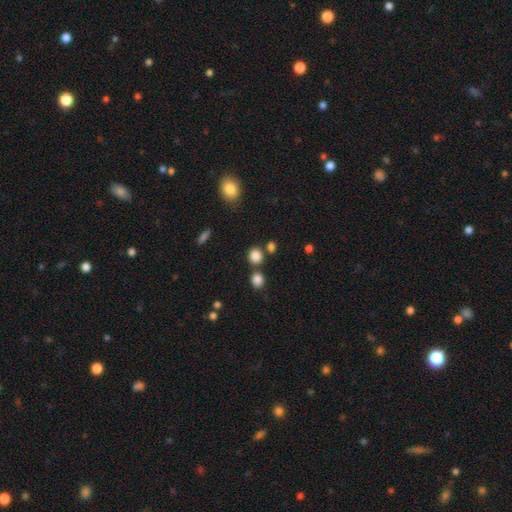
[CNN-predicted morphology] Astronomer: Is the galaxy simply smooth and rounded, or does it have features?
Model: smooth — 84%.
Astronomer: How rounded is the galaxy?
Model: round — 74%.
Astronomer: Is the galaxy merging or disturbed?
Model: none — 69%.